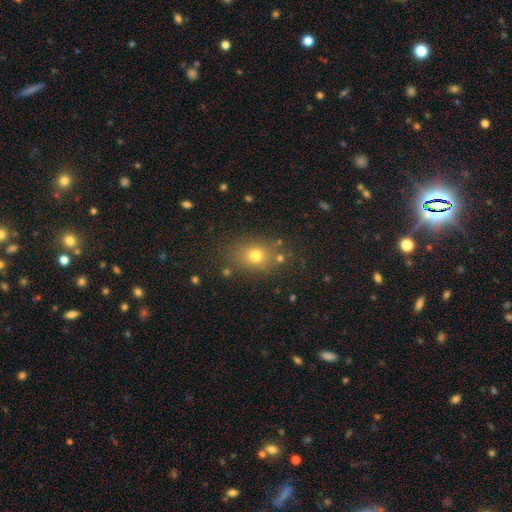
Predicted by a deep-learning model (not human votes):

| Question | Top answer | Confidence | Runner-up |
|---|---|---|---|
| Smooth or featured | smooth | 72% | star or artifact (17%) |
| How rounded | in between | 51% | round (48%) |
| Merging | none | 78% | minor disturbance (12%) |